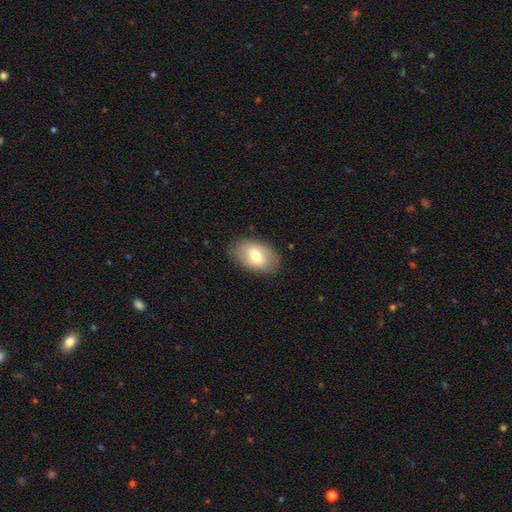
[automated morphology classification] Smooth or featured?
  - smooth: 66% *
  - featured or disk: 27%
  - star or artifact: 7%
How rounded?
  - in between: 89% *
  - round: 10%
  - cigar-shaped: 1%
Merging?
  - none: 81% *
  - minor disturbance: 14%
  - major disturbance: 4%
  - merger: 1%